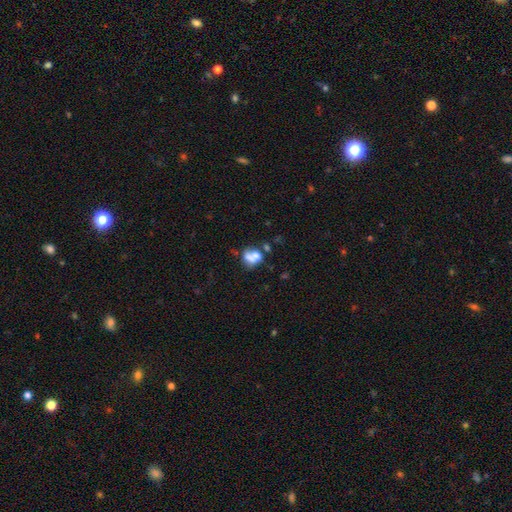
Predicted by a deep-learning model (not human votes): smooth 58%, featured or disk 30%, star or artifact 12%. Down the decision tree: how rounded — round (49%, tied with in between); merging — merger (47%).